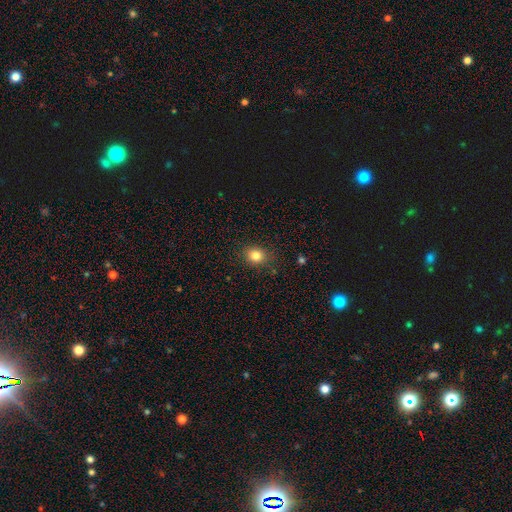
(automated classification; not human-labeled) A smooth galaxy with no disk features (83%) that is round (67%). Merging: none (85%).